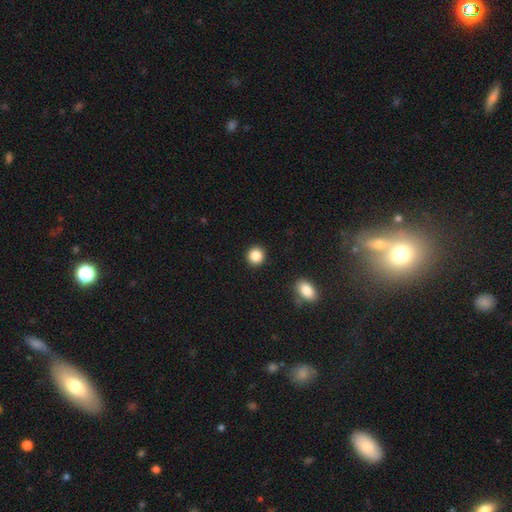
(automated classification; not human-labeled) This is clearly a smooth galaxy (86%). How rounded: clearly round (92%). Merging: clearly none (92%).